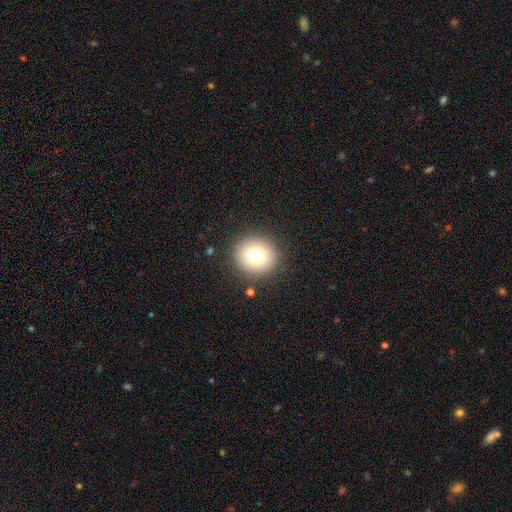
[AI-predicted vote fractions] Smooth or featured? Predicted: smooth (p=0.76). How rounded? Predicted: round (p=0.88). Merging? Predicted: none (p=0.88).